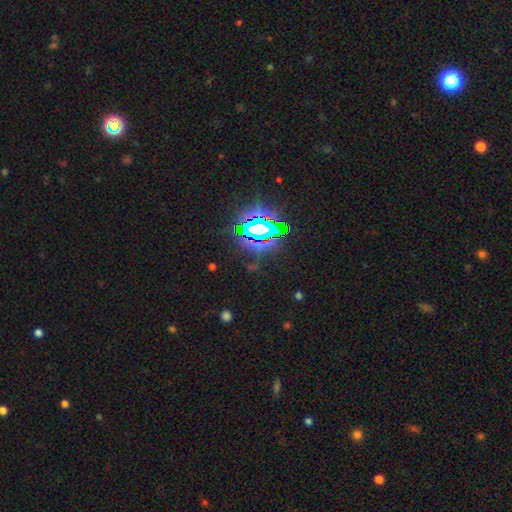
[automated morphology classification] This appears to be a star or artifact, not a galaxy (82%).